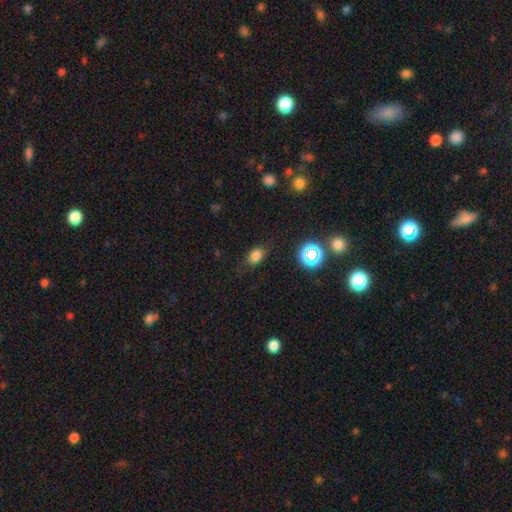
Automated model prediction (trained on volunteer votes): Morphology: type=smooth (77%); roundness=in between (74%); merging=none (77%).